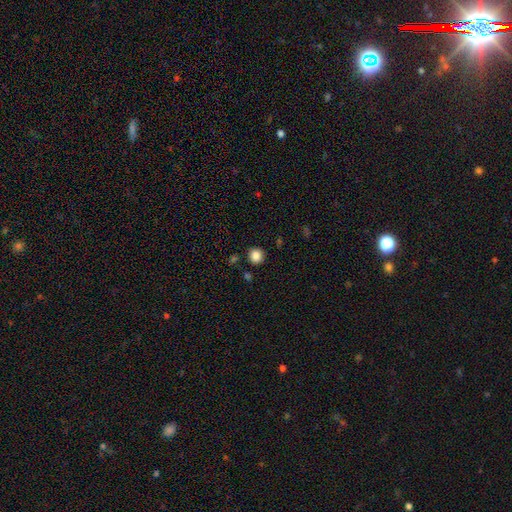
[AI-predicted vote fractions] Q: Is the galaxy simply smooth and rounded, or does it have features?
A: smooth — 85%.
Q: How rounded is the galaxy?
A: round — 90%.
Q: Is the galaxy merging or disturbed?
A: none — 88%.